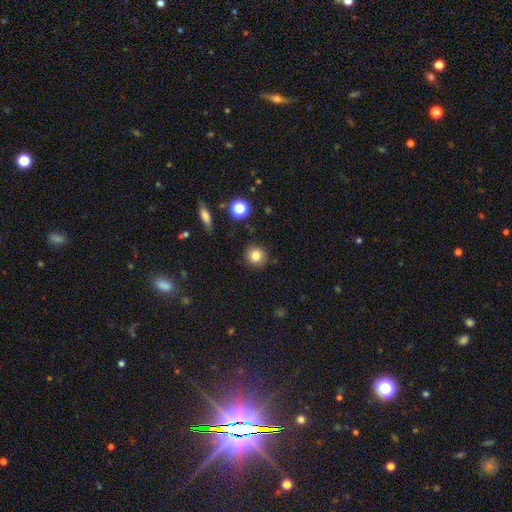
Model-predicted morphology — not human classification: Q: Smooth or featured?
A: smooth (82%); runner-up: star or artifact (11%)
Q: How rounded?
A: round (89%); runner-up: in between (10%)
Q: Merging?
A: none (87%); runner-up: minor disturbance (9%)